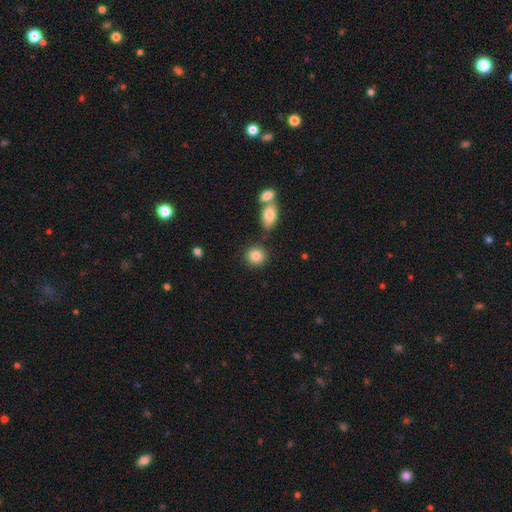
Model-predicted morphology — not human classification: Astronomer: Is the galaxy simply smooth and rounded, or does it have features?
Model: smooth — 85%.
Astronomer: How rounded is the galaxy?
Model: round — 81%.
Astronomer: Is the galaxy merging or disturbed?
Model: none — 80%.